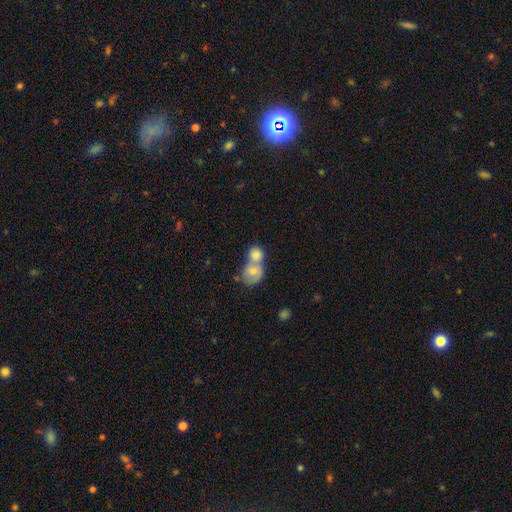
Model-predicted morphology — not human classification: Overall: smooth (73%). How rounded: round (69%; in between 30%). Merging: merger (70%).